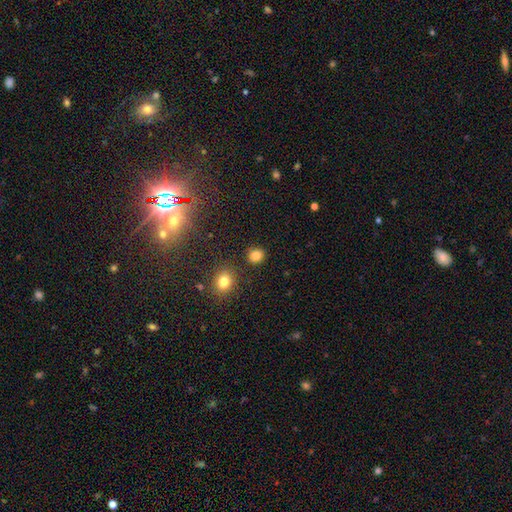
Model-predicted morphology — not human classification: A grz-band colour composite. It shows a smooth galaxy with no disk features (83%) that is round (81%). Merging: none (86%).